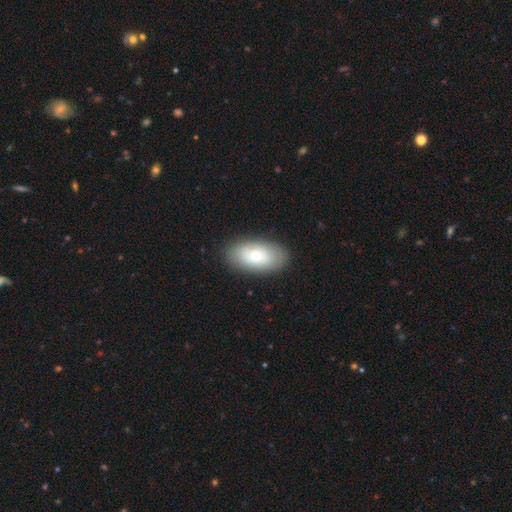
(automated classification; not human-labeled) smooth_or_featured: smooth (p=0.72) [alt: featured or disk p=0.22]
how_rounded: in between (p=0.94) [alt: round p=0.04]
merging: none (p=0.87) [alt: minor disturbance p=0.09]